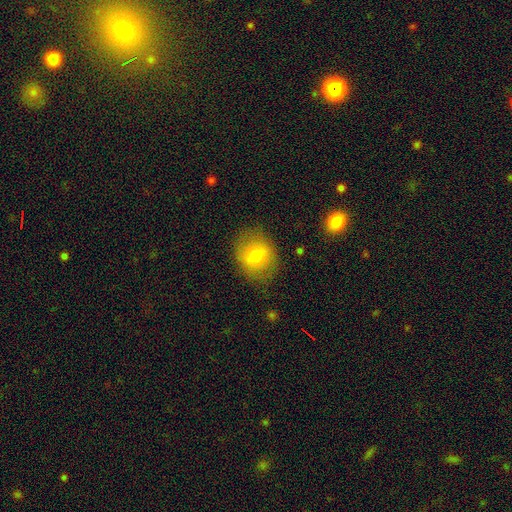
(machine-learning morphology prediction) smooth_or_featured: smooth (p=0.72) [alt: featured or disk p=0.19]
how_rounded: round (p=0.57) [alt: in between p=0.42]
merging: none (p=0.80) [alt: minor disturbance p=0.14]